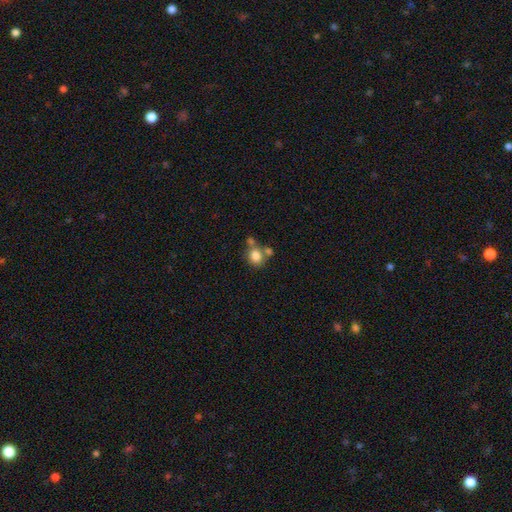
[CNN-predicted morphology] smooth 80%, star or artifact 10%, featured or disk 9%. Down the decision tree: how rounded — round (65%); merging — none (49%).